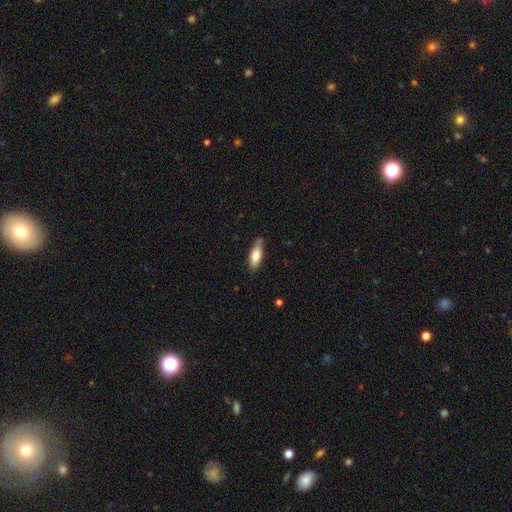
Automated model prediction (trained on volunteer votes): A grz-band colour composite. It shows a smooth galaxy with no disk features (72%) that is in between round and cigar-shaped (55%). Merging: none (79%).